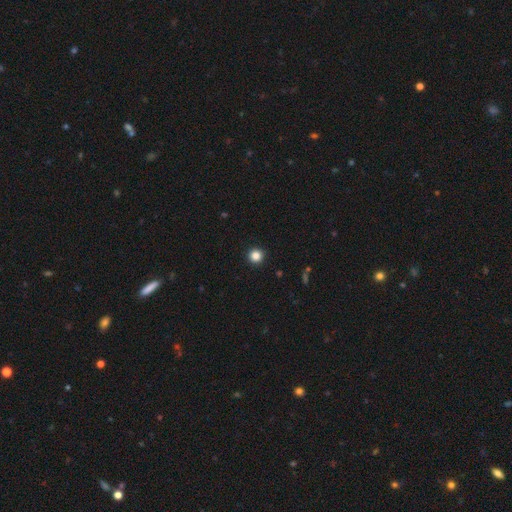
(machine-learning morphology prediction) smooth-or-featured: smooth: 85% | star or artifact: 11% | featured or disk: 4%
  how-rounded: round: 96% | in between: 3% | cigar-shaped: 1%
  merging: none: 94% | minor disturbance: 4% | major disturbance: 1% | merger: 1%